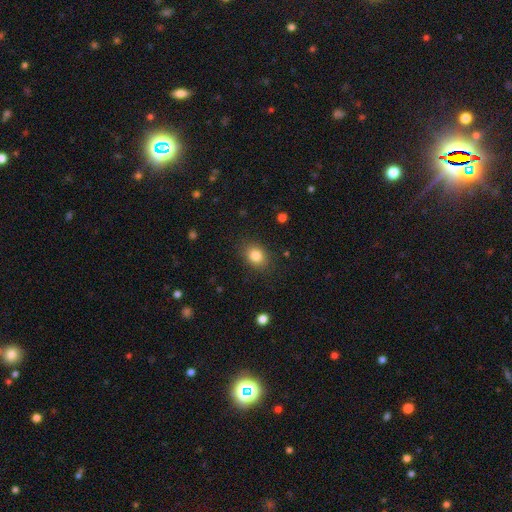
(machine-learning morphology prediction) Q: Smooth or featured?
A: smooth (84%); runner-up: star or artifact (10%)
Q: How rounded?
A: in between (57%); runner-up: round (42%)
Q: Merging?
A: none (85%); runner-up: minor disturbance (11%)